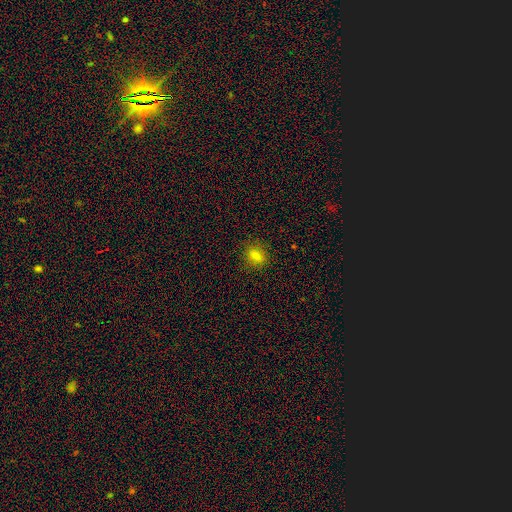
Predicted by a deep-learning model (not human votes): smooth-or-featured: smooth: 79% | star or artifact: 14% | featured or disk: 7%
  how-rounded: round: 50% | in between: 48% | cigar-shaped: 2%
  merging: none: 86% | minor disturbance: 10% | major disturbance: 3% | merger: 1%